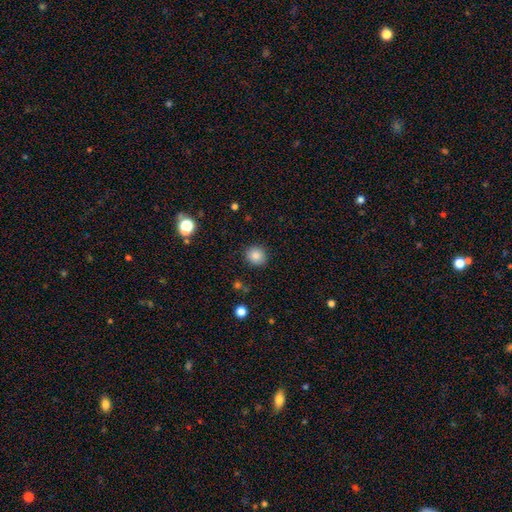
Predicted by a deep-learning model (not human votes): Smooth or featured: smooth — 85% (star or artifact — 10%)
How rounded: round — 85% (in between — 14%)
Merging: none — 88% (minor disturbance — 8%)